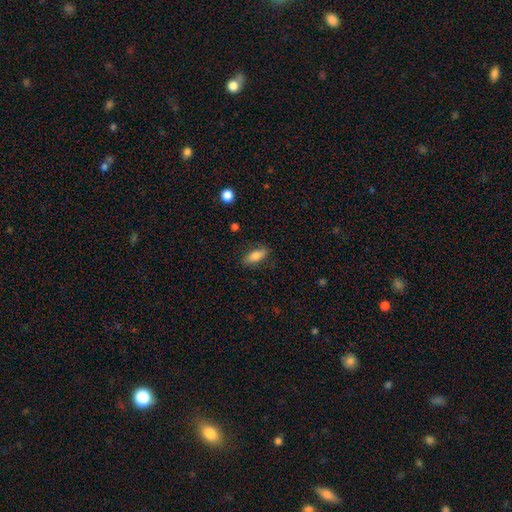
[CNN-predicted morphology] A smooth galaxy with no disk features (78%) that is in between round and cigar-shaped (77%).

Vote fractions:
- Smooth or featured? smooth: 78% / featured or disk: 15% / star or artifact: 7%
- How rounded? in between: 77% / cigar-shaped: 20% / round: 3%
- Merging? none: 80% / minor disturbance: 15% / major disturbance: 4% / merger: 1%